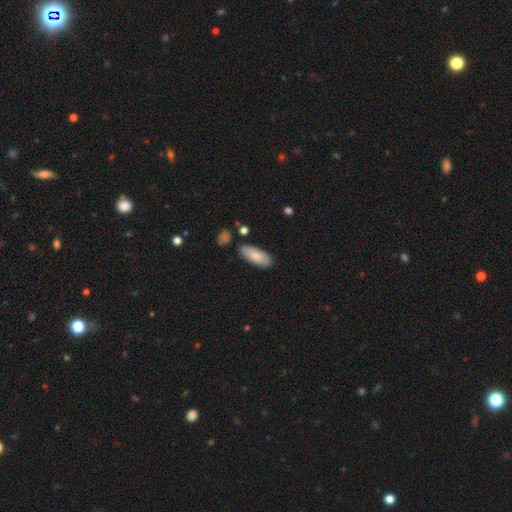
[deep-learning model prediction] smooth-or-featured: smooth: 78% | featured or disk: 16% | star or artifact: 6%
  how-rounded: in between: 84% | cigar-shaped: 14% | round: 2%
  merging: none: 81% | minor disturbance: 14% | merger: 3% | major disturbance: 2%